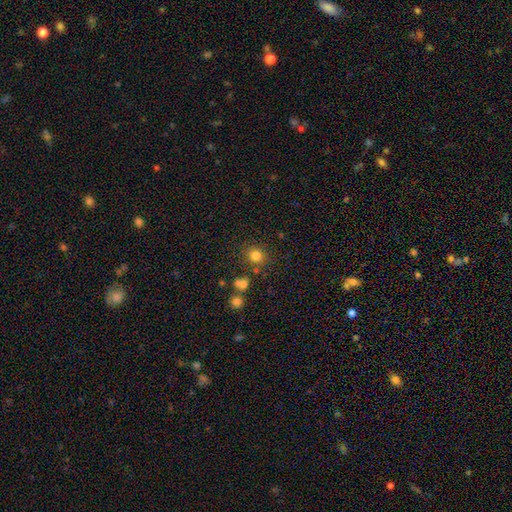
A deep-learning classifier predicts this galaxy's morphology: The model was most divided on "how rounded": round: 81%, in between: 18%, cigar-shaped: 1%. More confident: smooth or featured — smooth (80%); merging — none (79%).